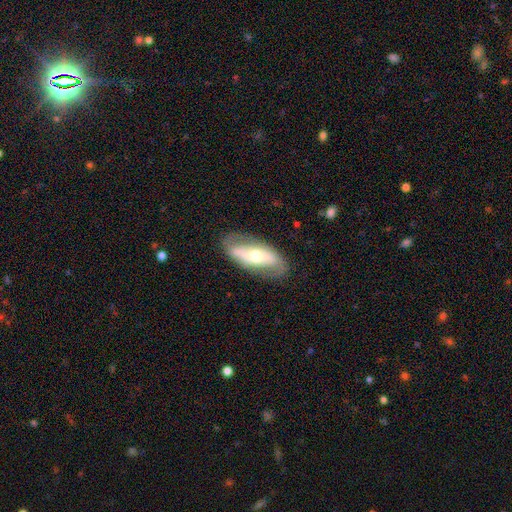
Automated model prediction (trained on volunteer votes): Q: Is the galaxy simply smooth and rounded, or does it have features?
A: featured or disk — 65%.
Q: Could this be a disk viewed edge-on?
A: no — 85%.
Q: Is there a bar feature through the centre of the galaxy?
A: no — 44%.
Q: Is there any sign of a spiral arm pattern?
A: yes — 67%.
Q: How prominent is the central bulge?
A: moderate — 52%.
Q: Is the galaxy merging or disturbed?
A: none — 78%.